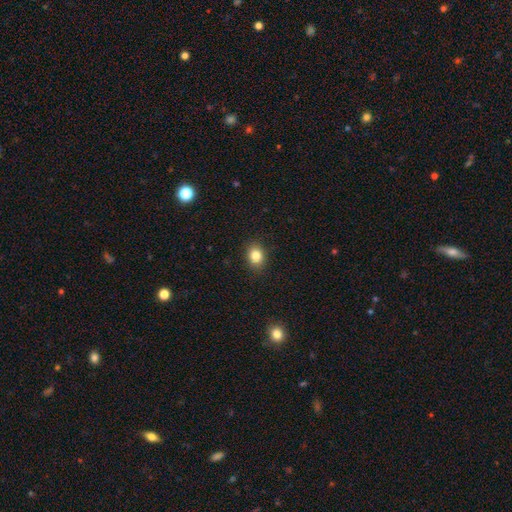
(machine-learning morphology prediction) A smooth galaxy with no disk features (84%) that is in between round and cigar-shaped (57%). Merging: none (89%).